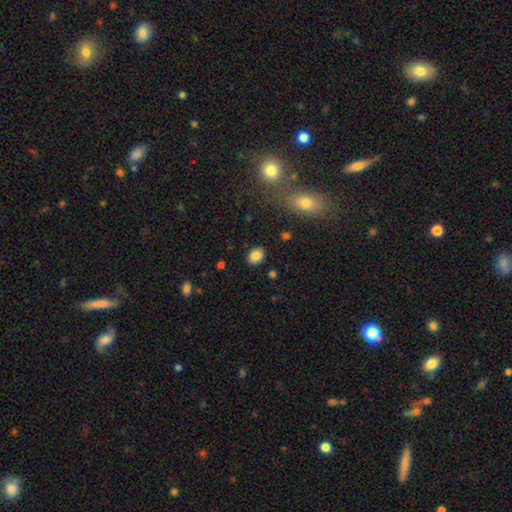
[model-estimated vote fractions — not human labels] The model was most divided on "how rounded": in between: 69%, round: 30%, cigar-shaped: 1%. More confident: merging — none (86%); smooth or featured — smooth (84%).